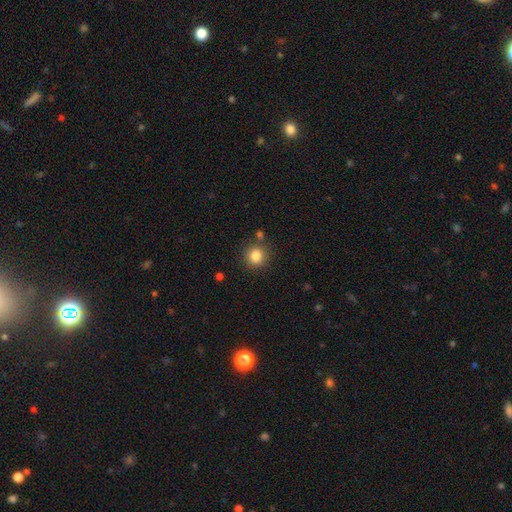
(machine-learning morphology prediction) smooth 83%, star or artifact 11%, featured or disk 6%. Down the decision tree: how rounded — round (89%); merging — none (82%).